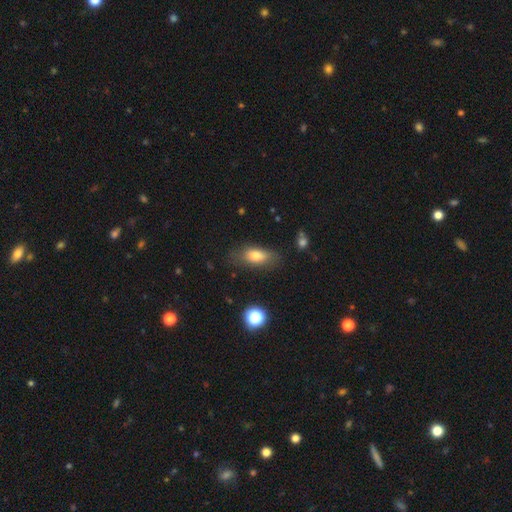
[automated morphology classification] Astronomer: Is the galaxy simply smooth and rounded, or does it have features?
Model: smooth — 75%.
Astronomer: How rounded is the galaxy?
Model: in between — 78%.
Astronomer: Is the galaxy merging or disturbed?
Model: none — 71%.